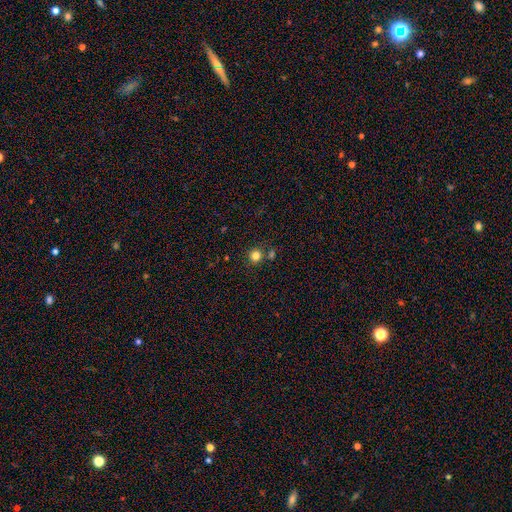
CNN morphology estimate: Smooth or featured? Predicted: smooth (p=0.82). How rounded? Predicted: round (p=0.92). Merging? Predicted: none (p=0.78).